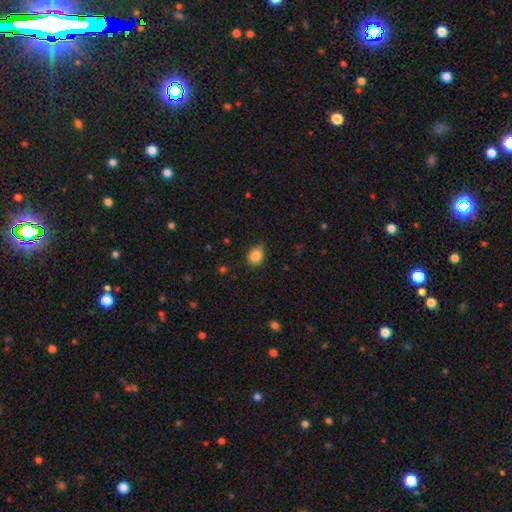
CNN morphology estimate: This appears to be a smooth galaxy with no disk features (85%) that is in between round and cigar-shaped (55%). Merging: none (74%).